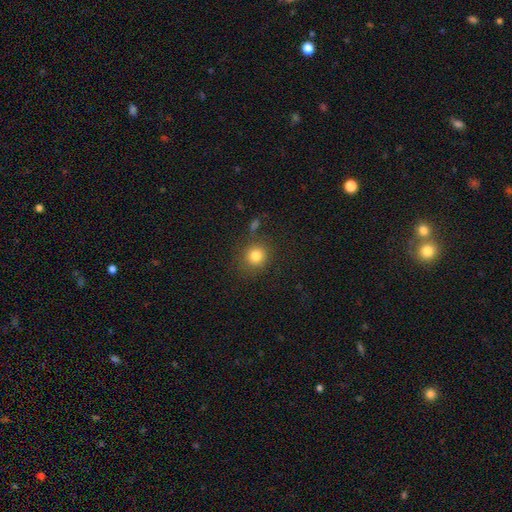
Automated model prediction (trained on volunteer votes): Smooth or featured? Predicted: smooth (p=0.82). How rounded? Predicted: round (p=0.88). Merging? Predicted: none (p=0.81).